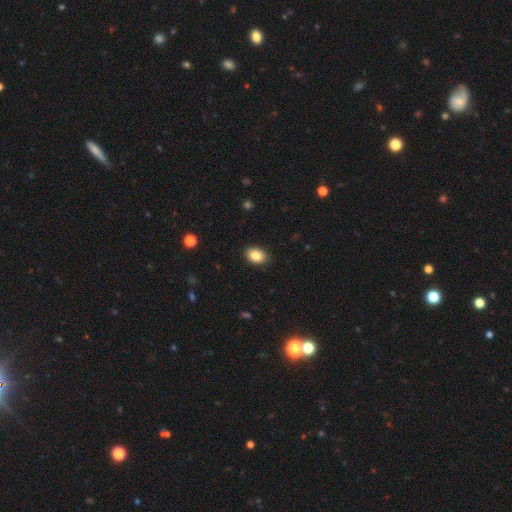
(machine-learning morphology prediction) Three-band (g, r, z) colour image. It shows a smooth galaxy with no disk features (87%) that is in between round and cigar-shaped (80%). Merging: none (88%).